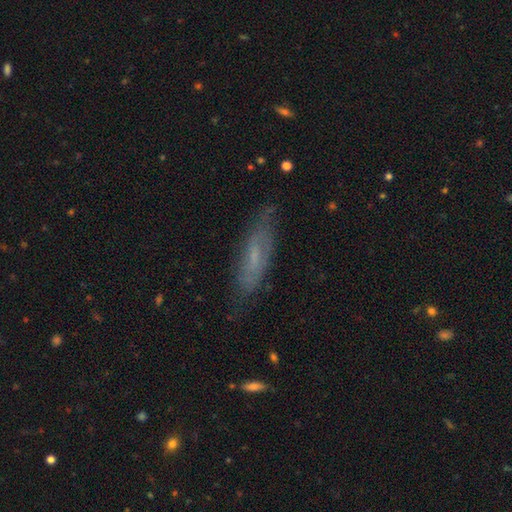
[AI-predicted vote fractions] Morphology: type=featured or disk (47%); merging=none (75%).